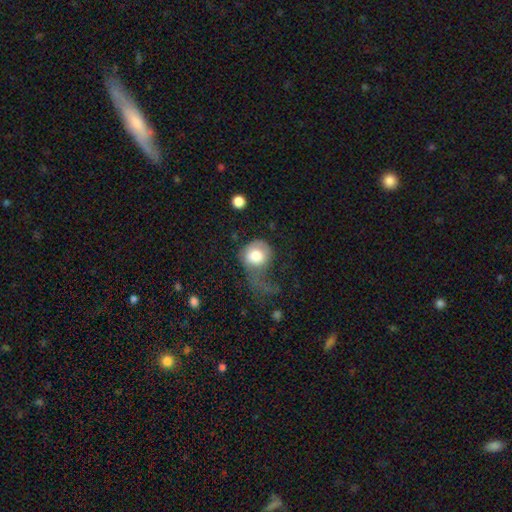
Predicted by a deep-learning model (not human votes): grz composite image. It shows a smooth galaxy with no disk features (73%) that is round (75%). Merging: major disturbance (59%).